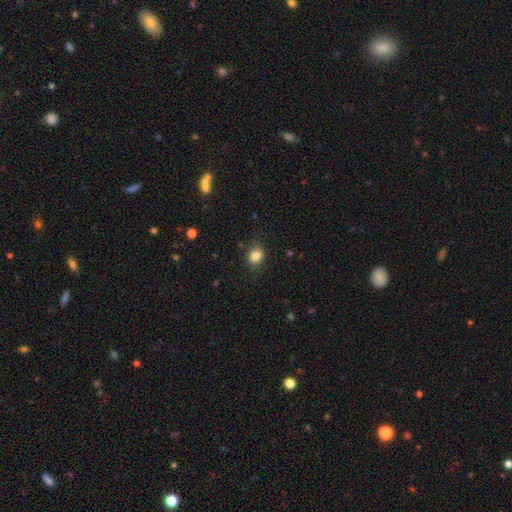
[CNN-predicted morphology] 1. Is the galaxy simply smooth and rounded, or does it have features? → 82% smooth, 10% star or artifact, 8% featured or disk.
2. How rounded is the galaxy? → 59% in between, 39% round, 2% cigar-shaped.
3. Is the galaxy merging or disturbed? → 77% none, 17% minor disturbance, 4% major disturbance, 2% merger.